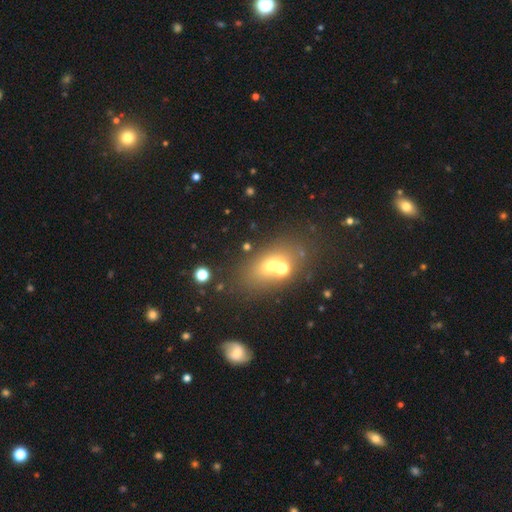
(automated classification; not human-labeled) Smooth or featured: smooth — 49% (star or artifact — 29%)
Merging: none — 65% (minor disturbance — 14%)